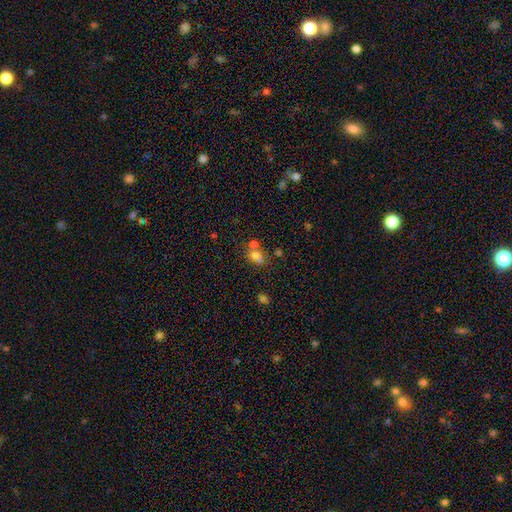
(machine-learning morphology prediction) Smooth or featured? smooth (70%)
How rounded? round (52%)
Merging? merger (44%)